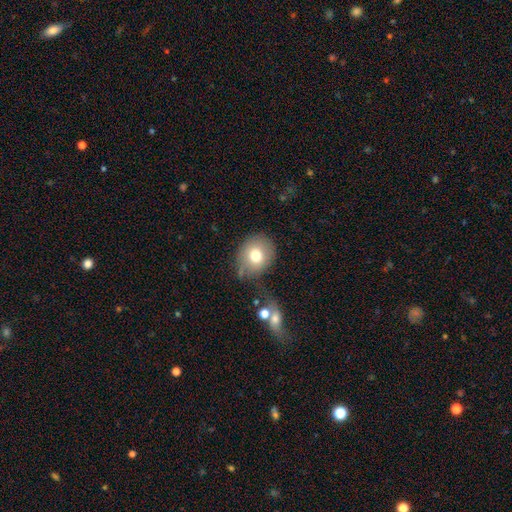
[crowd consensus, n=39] Q: Smooth or featured?
A: smooth (79%); runner-up: featured or disk (18%)
Q: How rounded?
A: round (74%); runner-up: in between (26%)
Q: Merging?
A: none (55%); runner-up: minor disturbance (21%)